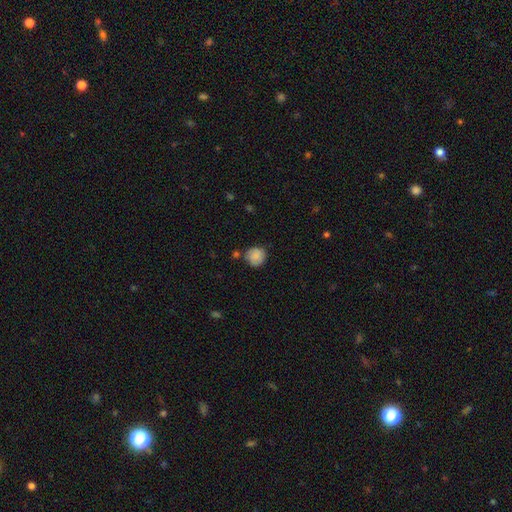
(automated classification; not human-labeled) Morphology: type=smooth (86%); roundness=round (86%); merging=none (71%).